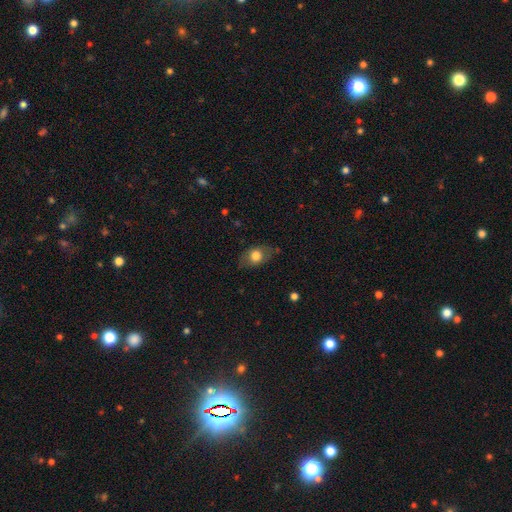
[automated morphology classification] Smooth or featured? smooth (70%)
How rounded? in between (77%)
Merging? none (75%)